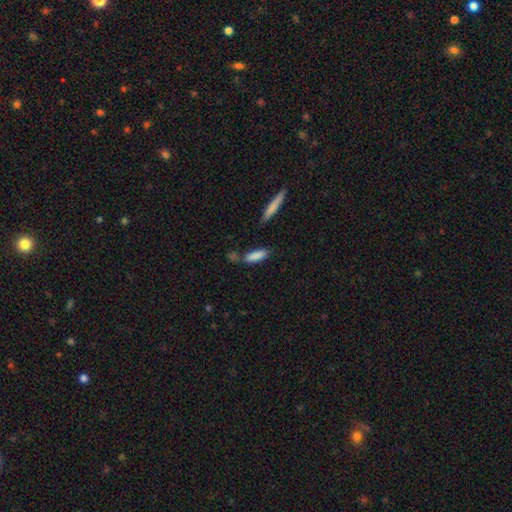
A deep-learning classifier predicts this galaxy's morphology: This appears to be a smooth galaxy with no disk features (85%) that is cigar-shaped (54%). Merging: none (68%).